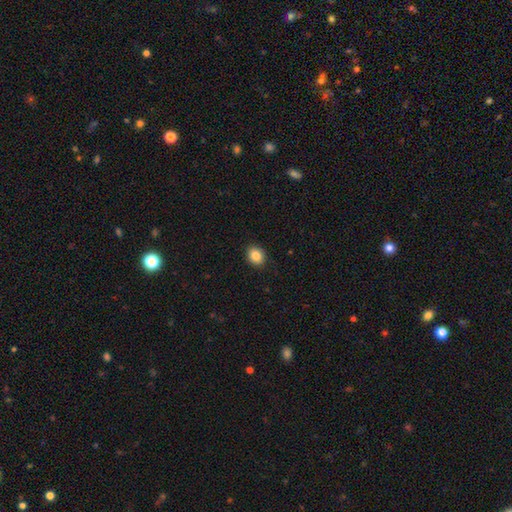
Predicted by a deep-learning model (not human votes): A smooth galaxy with no disk features (86%) that is round (54%).

Vote fractions:
- Smooth or featured? smooth: 86% / star or artifact: 9% / featured or disk: 5%
- How rounded? round: 54% / in between: 45% / cigar-shaped: 1%
- Merging? none: 90% / minor disturbance: 7% / major disturbance: 2% / merger: 1%